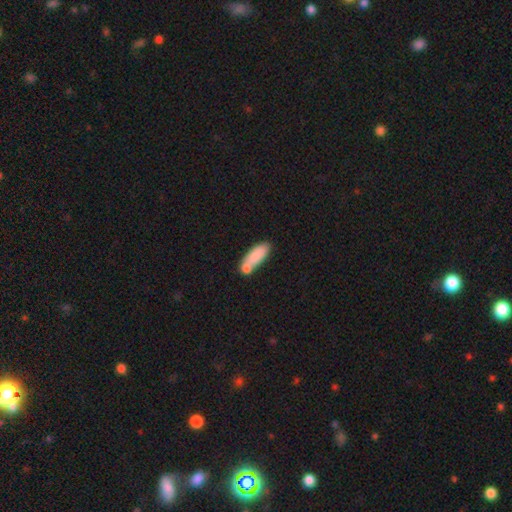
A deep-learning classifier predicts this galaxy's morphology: smooth-or-featured: smooth: 81% | featured or disk: 12% | star or artifact: 7%
  how-rounded: in between: 58% | cigar-shaped: 40% | round: 2%
  merging: none: 42% | merger: 35% | minor disturbance: 17% | major disturbance: 6%